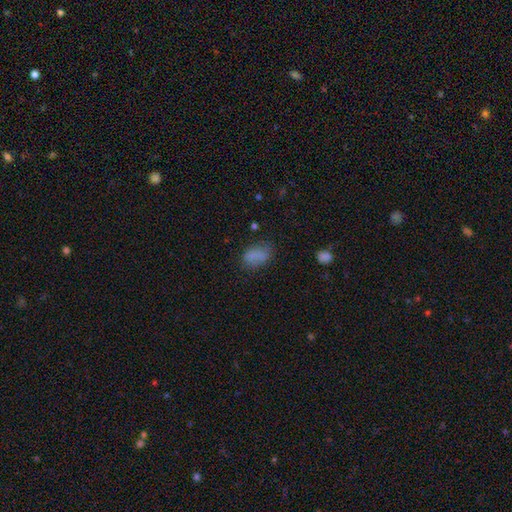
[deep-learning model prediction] smooth-or-featured: smooth: 78% | star or artifact: 12% | featured or disk: 10%
  how-rounded: in between: 87% | round: 10% | cigar-shaped: 3%
  merging: none: 62% | minor disturbance: 24% | major disturbance: 9% | merger: 6%